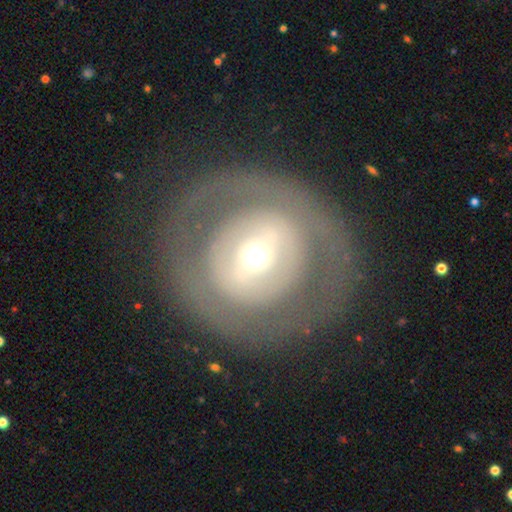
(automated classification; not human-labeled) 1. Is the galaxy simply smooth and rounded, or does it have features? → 63% featured or disk, 30% smooth, 7% star or artifact.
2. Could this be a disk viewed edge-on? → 93% no, 7% yes.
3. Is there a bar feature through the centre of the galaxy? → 41% no, 31% weak, 28% strong.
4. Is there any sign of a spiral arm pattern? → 80% no, 20% yes.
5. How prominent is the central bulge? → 47% moderate, 44% small, 6% large, 1% dominant, 1% none.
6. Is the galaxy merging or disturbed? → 81% none, 10% minor disturbance, 8% major disturbance, 1% merger.